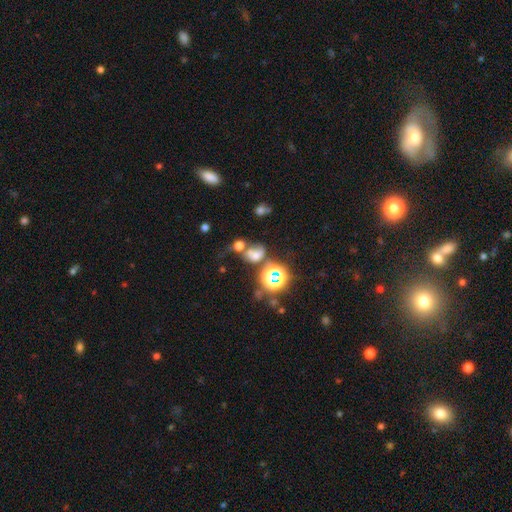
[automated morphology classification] Smooth or featured? Predicted: smooth (p=0.45). Merging? Predicted: none (p=0.37).